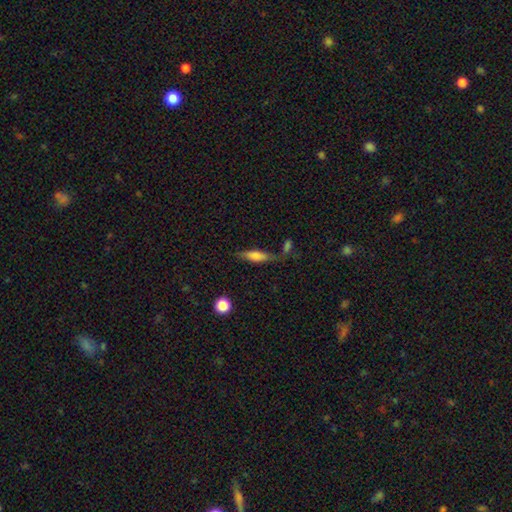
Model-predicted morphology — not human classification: smooth-or-featured: smooth: 63% | featured or disk: 29% | star or artifact: 8%
  how-rounded: cigar-shaped: 60% | in between: 37% | round: 3%
  merging: none: 61% | minor disturbance: 19% | merger: 13% | major disturbance: 7%